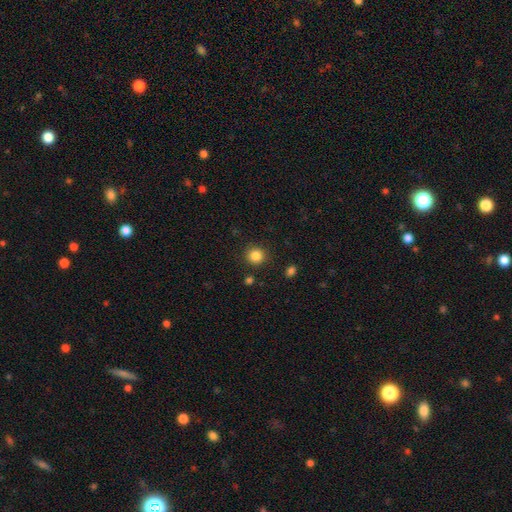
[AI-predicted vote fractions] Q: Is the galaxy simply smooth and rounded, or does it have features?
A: smooth — 85%.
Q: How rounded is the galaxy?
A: round — 92%.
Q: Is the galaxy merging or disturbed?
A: none — 89%.